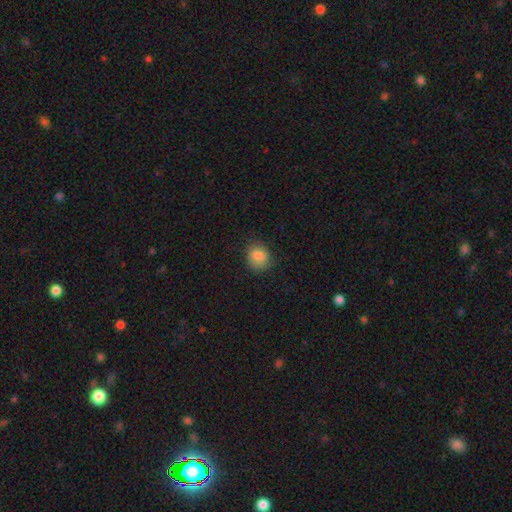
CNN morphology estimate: Smooth or featured: smooth — 80% (star or artifact — 12%)
How rounded: round — 78% (in between — 21%)
Merging: none — 78% (minor disturbance — 17%)